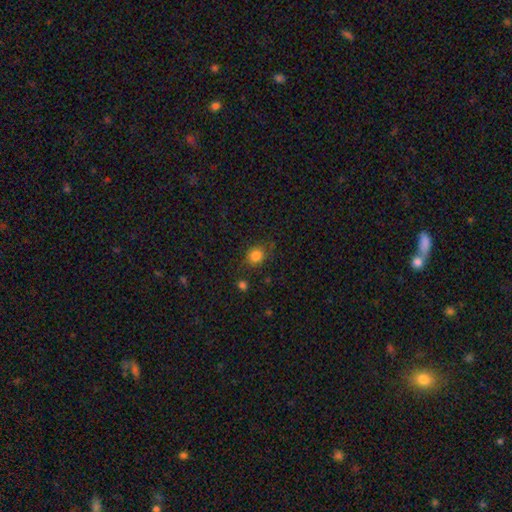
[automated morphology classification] A smooth galaxy with no disk features (83%) that is round (76%).

Vote fractions:
- Smooth or featured? smooth: 83% / star or artifact: 12% / featured or disk: 5%
- How rounded? round: 76% / in between: 23% / cigar-shaped: 1%
- Merging? none: 79% / minor disturbance: 14% / major disturbance: 4% / merger: 3%